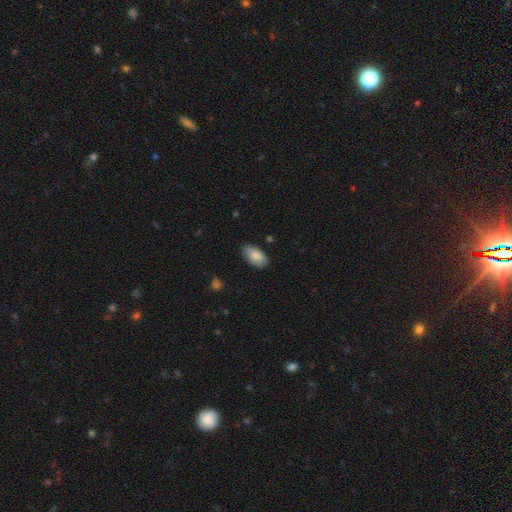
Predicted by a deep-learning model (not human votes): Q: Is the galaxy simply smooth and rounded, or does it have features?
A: smooth — 84%.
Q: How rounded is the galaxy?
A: in between — 94%.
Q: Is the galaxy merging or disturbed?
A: none — 81%.